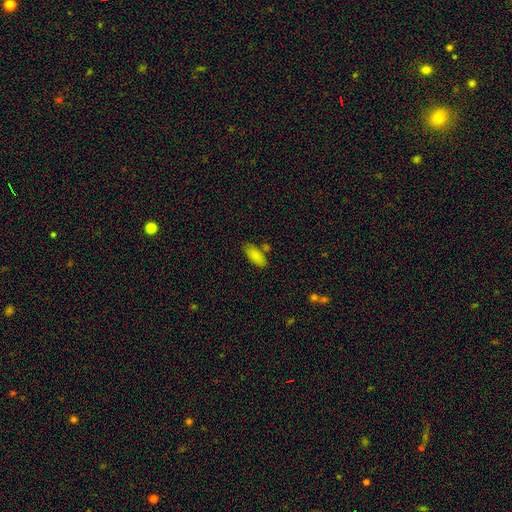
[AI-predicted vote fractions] A smooth galaxy with no disk features (86%) that is in between round and cigar-shaped (84%). Merging: none (70%).